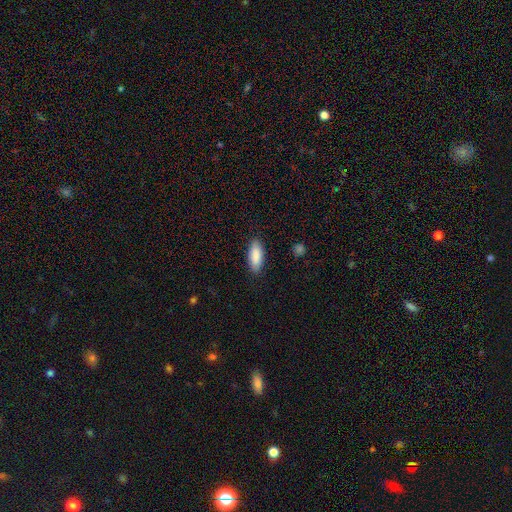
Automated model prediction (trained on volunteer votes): Smooth or featured? smooth (87%)
How rounded? in between (76%)
Merging? none (86%)